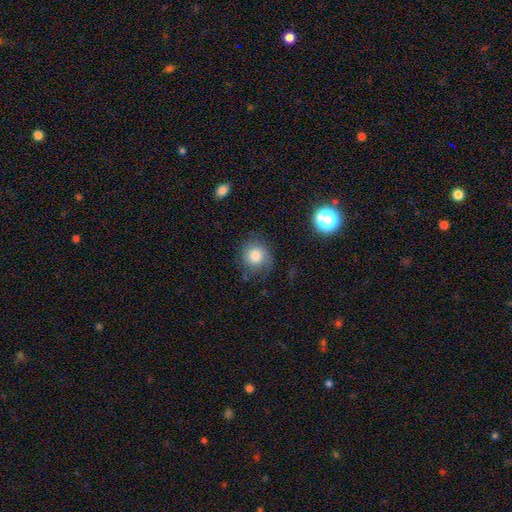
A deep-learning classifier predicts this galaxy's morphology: The model was most divided on "merging": none: 70%, minor disturbance: 20%, major disturbance: 8%, merger: 2%. More confident: how rounded — round (85%); smooth or featured — smooth (79%).